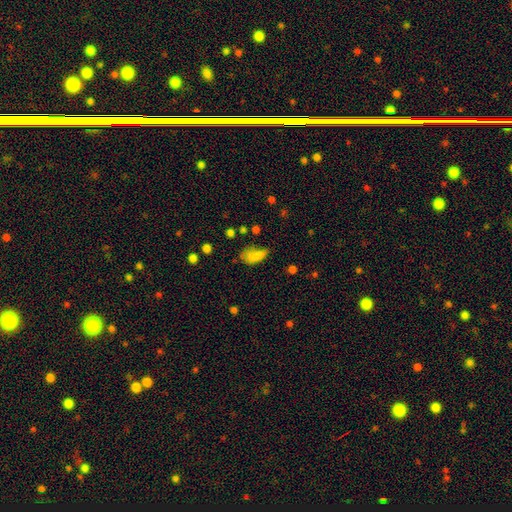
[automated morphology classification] A smooth galaxy with no disk features (74%) that is in between round and cigar-shaped (86%). Merging: none (33%).